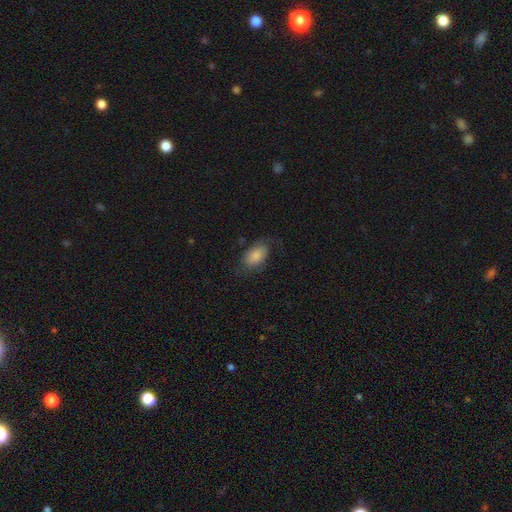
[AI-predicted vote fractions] smooth 77%, featured or disk 16%, star or artifact 7%. Down the decision tree: how rounded — in between (91%); merging — none (59%).